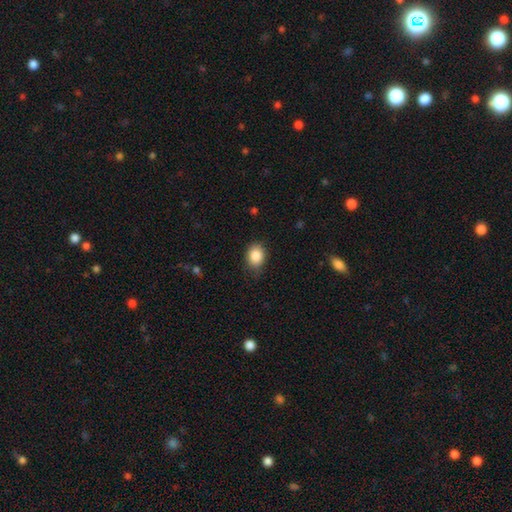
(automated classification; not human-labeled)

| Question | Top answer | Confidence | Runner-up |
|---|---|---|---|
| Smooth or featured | smooth | 86% | star or artifact (9%) |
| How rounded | in between | 55% | round (44%) |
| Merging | none | 75% | minor disturbance (21%) |